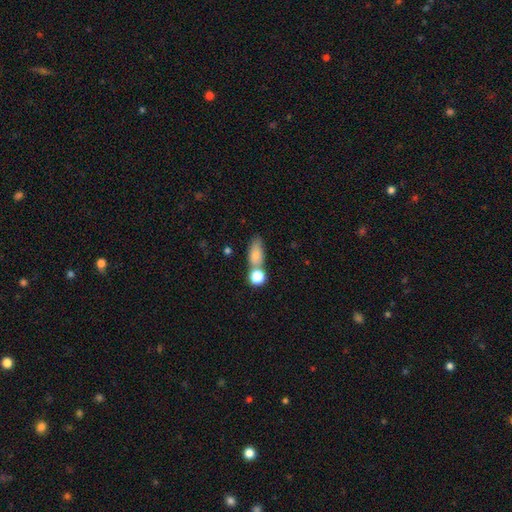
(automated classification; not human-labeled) smooth 78%, featured or disk 11%, star or artifact 10%. Down the decision tree: how rounded — in between (67%); merging — none (47%).